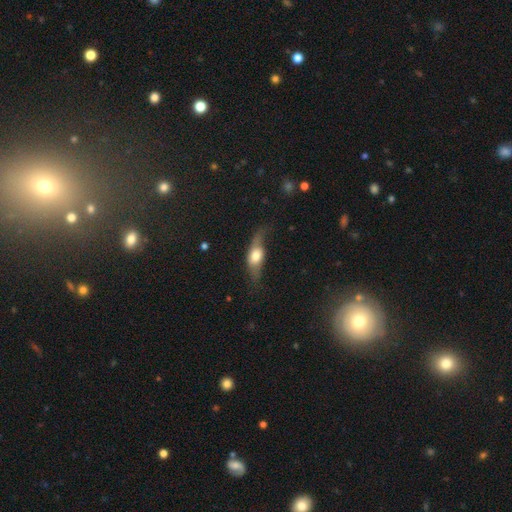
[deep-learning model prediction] Smooth or featured?
  - smooth: 54% *
  - featured or disk: 39%
  - star or artifact: 7%
How rounded?
  - in between: 69% *
  - cigar-shaped: 24%
  - round: 8%
Merging?
  - none: 44% *
  - minor disturbance: 32%
  - major disturbance: 21%
  - merger: 3%